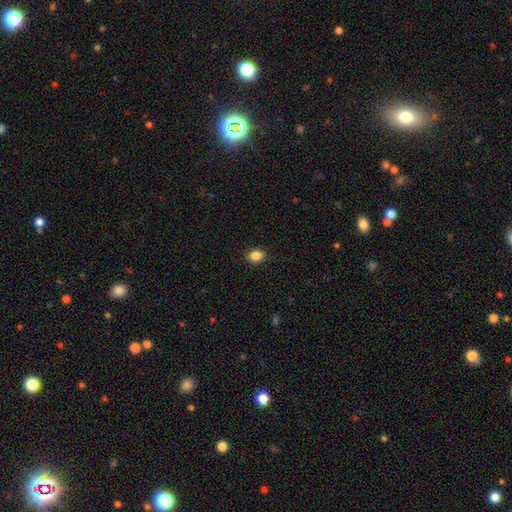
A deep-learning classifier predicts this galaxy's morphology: Q: Smooth or featured?
A: smooth (86%); runner-up: star or artifact (10%)
Q: How rounded?
A: in between (63%); runner-up: round (36%)
Q: Merging?
A: none (90%); runner-up: minor disturbance (7%)